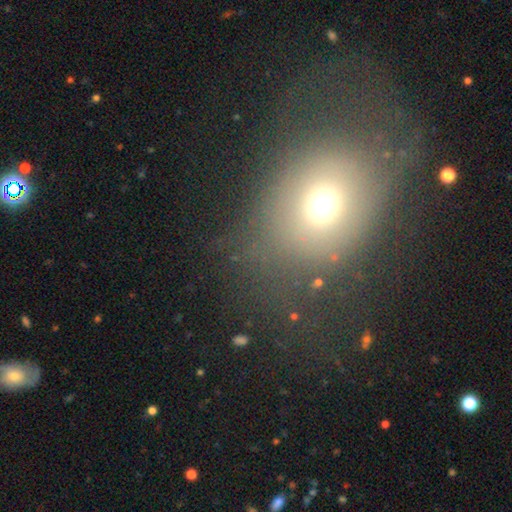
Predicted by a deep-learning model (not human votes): Smooth or featured? smooth (60%)
How rounded? round (58%)
Merging? none (55%)